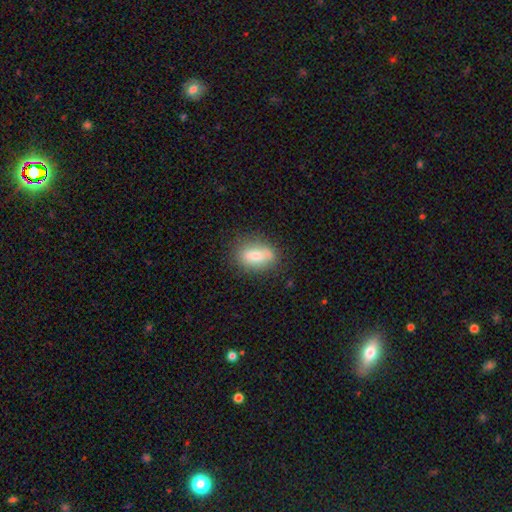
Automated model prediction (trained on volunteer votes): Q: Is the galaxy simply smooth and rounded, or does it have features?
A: smooth — 69%.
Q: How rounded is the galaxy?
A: in between — 79%.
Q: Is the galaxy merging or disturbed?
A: none — 70%.